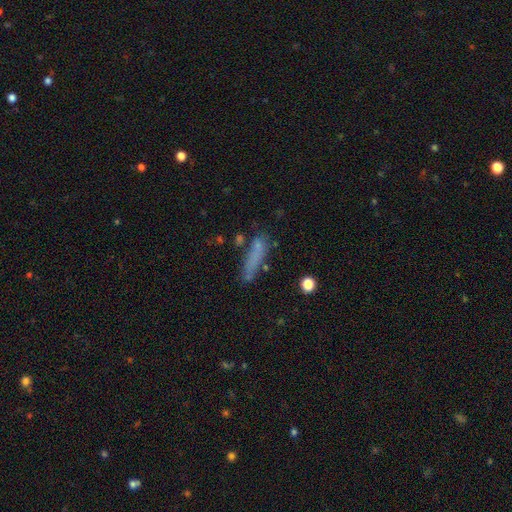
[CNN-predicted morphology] smooth-or-featured: smooth: 62% | featured or disk: 23% | star or artifact: 15%
  how-rounded: cigar-shaped: 82% | in between: 15% | round: 3%
  merging: none: 64% | minor disturbance: 20% | major disturbance: 10% | merger: 6%